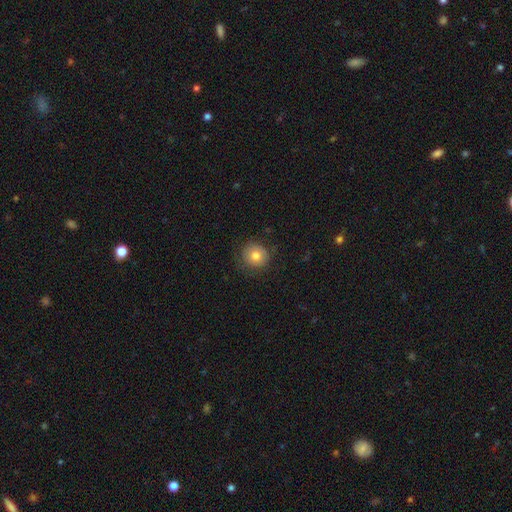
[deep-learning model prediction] smooth 76%, featured or disk 15%, star or artifact 9%. Down the decision tree: how rounded — round (90%); merging — none (78%).